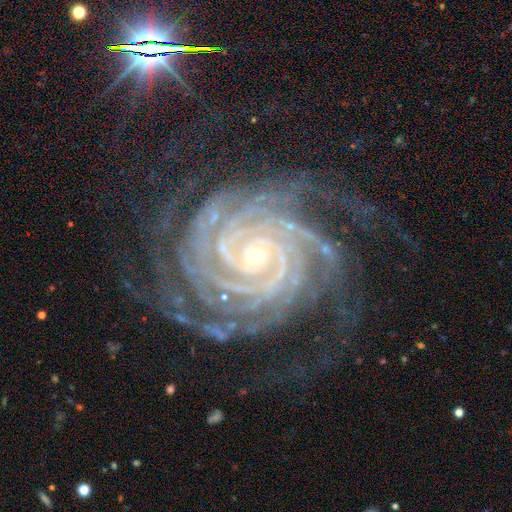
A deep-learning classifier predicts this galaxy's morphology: Smooth or featured? featured or disk (93%)
Edge-on disk? no (98%)
Bar? no (64%)
Spiral arms? yes (99%)
Spiral winding? tight (88%)
Spiral arm count? more than 4 (26%)
Bulge size? small (80%)
Merging? none (75%)